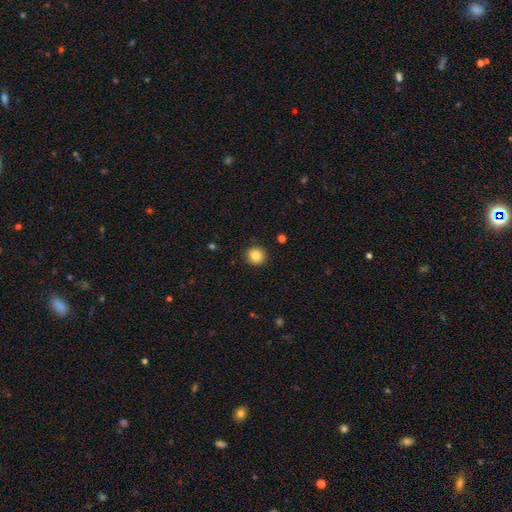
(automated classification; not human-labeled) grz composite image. It shows a smooth galaxy with no disk features (84%) that is round (89%). Merging: none (91%).